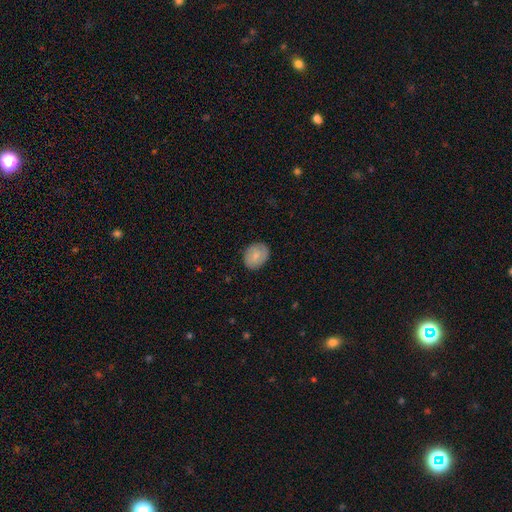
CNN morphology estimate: type=smooth (77%); roundness=in between (54%); merging=none (85%).